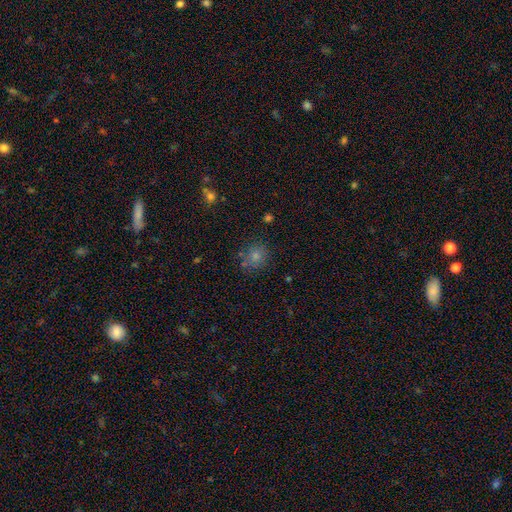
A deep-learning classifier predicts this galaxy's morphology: Smooth or featured: smooth — 75% (star or artifact — 15%)
How rounded: round — 76% (in between — 23%)
Merging: none — 73% (minor disturbance — 15%)